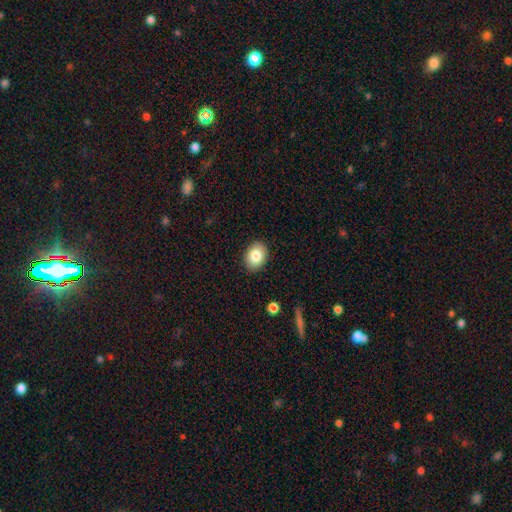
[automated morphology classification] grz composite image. It shows a smooth galaxy with no disk features (83%) that is in between round and cigar-shaped (70%). Merging: none (90%).